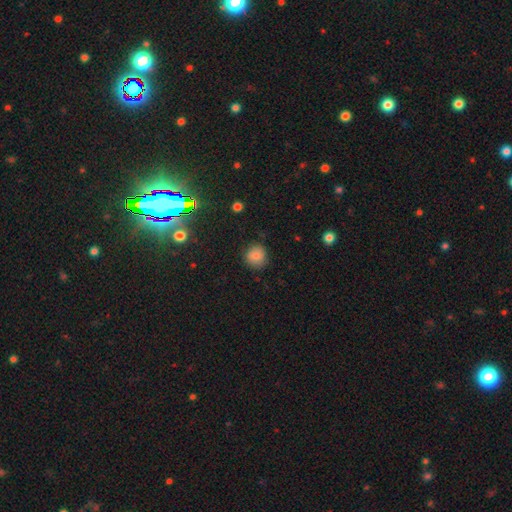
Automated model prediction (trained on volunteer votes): Smooth or featured? Predicted: smooth (p=0.81). How rounded? Predicted: round (p=0.89). Merging? Predicted: none (p=0.86).